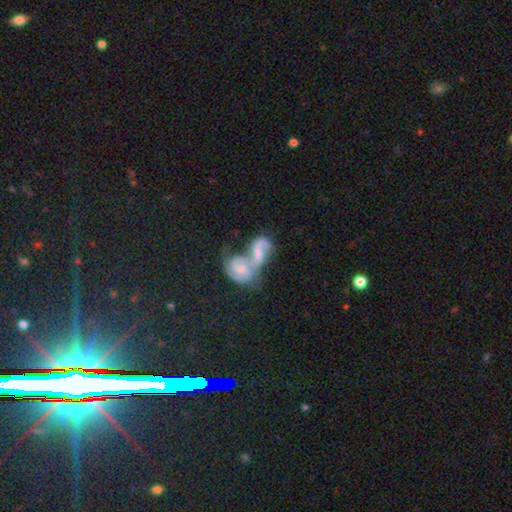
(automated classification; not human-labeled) smooth_or_featured: featured or disk (p=0.49) [alt: smooth p=0.29]
merging: merger (p=0.73) [alt: none p=0.14]